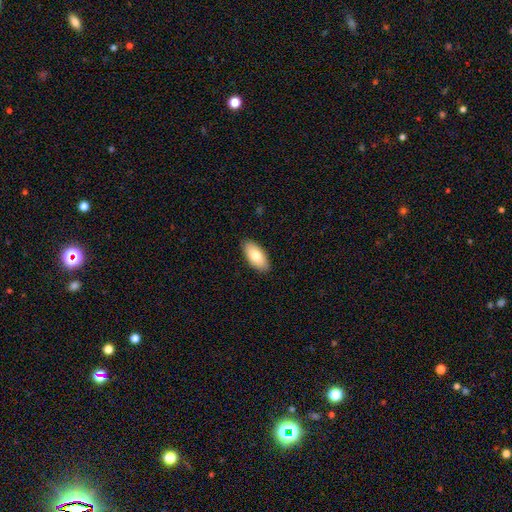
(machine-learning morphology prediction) smooth-or-featured: smooth: 80% | featured or disk: 14% | star or artifact: 6%
  how-rounded: in between: 92% | cigar-shaped: 6% | round: 2%
  merging: none: 89% | minor disturbance: 8% | major disturbance: 2% | merger: 1%